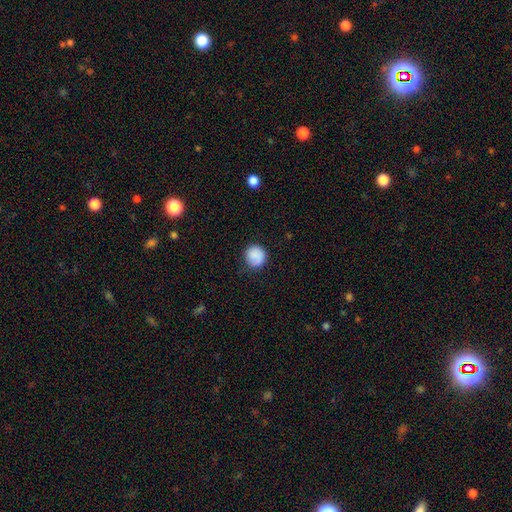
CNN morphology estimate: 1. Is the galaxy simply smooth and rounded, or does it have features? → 85% smooth, 8% star or artifact, 7% featured or disk.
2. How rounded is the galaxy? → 91% round, 8% in between, 1% cigar-shaped.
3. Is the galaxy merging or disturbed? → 78% none, 17% minor disturbance, 4% major disturbance, 1% merger.